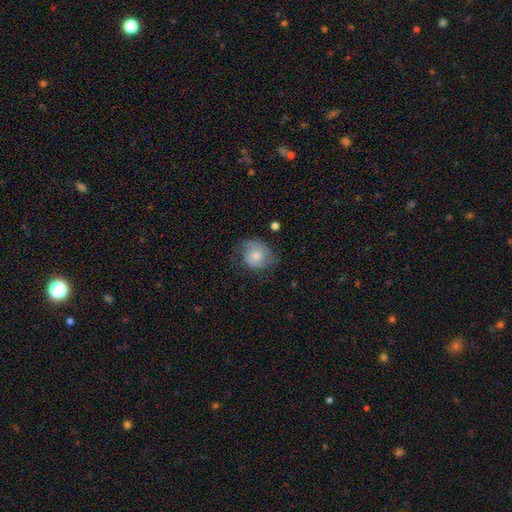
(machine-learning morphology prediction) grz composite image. It shows a smooth galaxy with no disk features (52%) that is round (68%). Merging: none (53%).